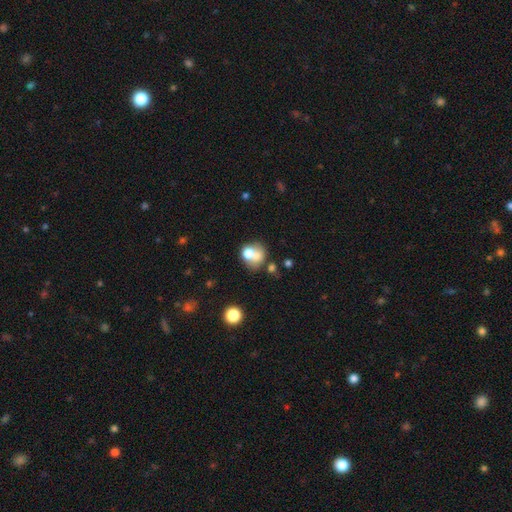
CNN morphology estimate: type=smooth (65%); roundness=round (67%); merging=merger (53%).